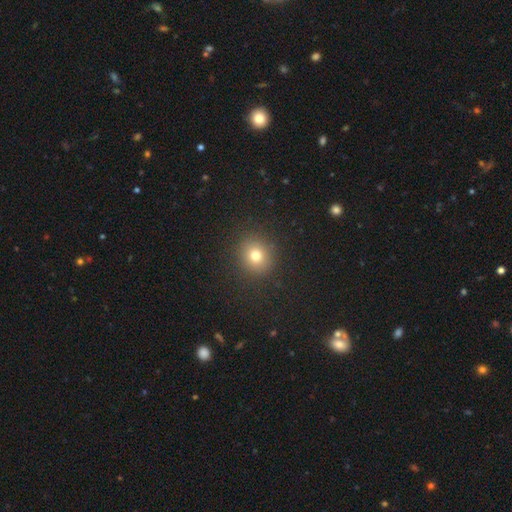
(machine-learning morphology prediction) A smooth galaxy with no disk features (76%) that is round (86%).

Vote fractions:
- Smooth or featured? smooth: 76% / star or artifact: 16% / featured or disk: 8%
- How rounded? round: 86% / in between: 13% / cigar-shaped: 1%
- Merging? none: 90% / minor disturbance: 6% / major disturbance: 3% / merger: 1%